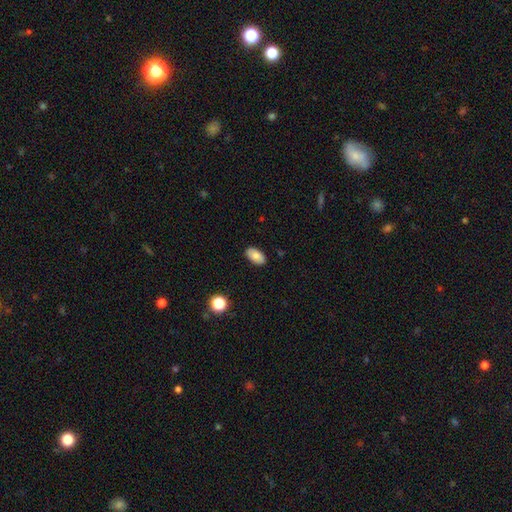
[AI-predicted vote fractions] smooth_or_featured: smooth (p=0.82) [alt: featured or disk p=0.11]
how_rounded: in between (p=0.94) [alt: round p=0.04]
merging: none (p=0.88) [alt: minor disturbance p=0.09]